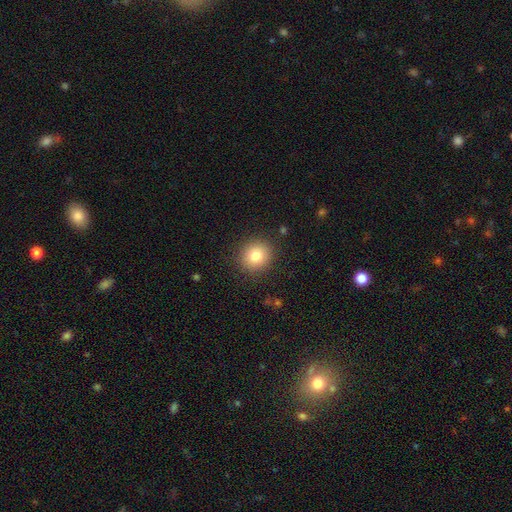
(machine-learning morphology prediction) This is clearly a smooth galaxy (80%). How rounded: clearly round (88%). Merging: clearly none (89%).